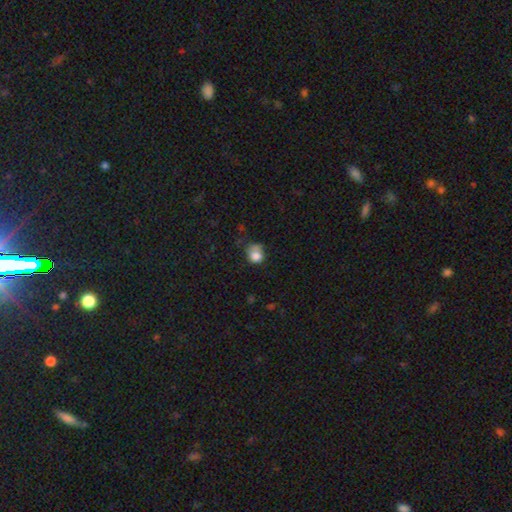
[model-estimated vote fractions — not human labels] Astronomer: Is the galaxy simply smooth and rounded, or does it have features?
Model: smooth — 79%.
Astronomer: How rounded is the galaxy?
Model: round — 65%.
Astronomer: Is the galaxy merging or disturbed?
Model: none — 37% (runner-up: minor disturbance, 36%).